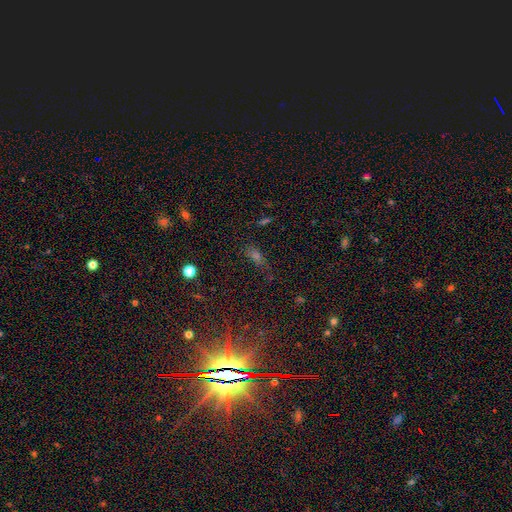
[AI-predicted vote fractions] Morphology: type=smooth (42%); merging=none (63%).